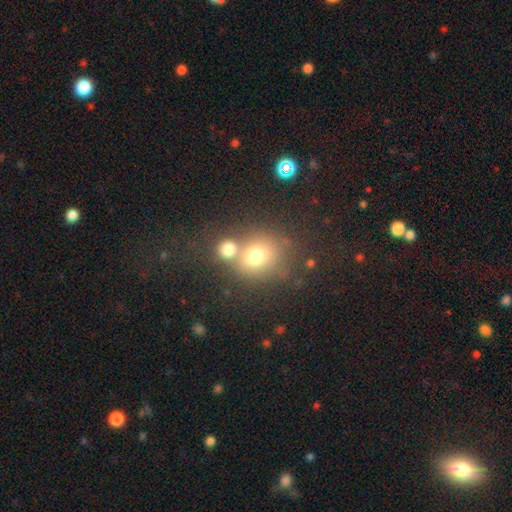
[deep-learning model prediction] Q: Smooth or featured?
A: smooth (72%); runner-up: star or artifact (15%)
Q: How rounded?
A: round (74%); runner-up: in between (25%)
Q: Merging?
A: none (47%); runner-up: merger (38%)